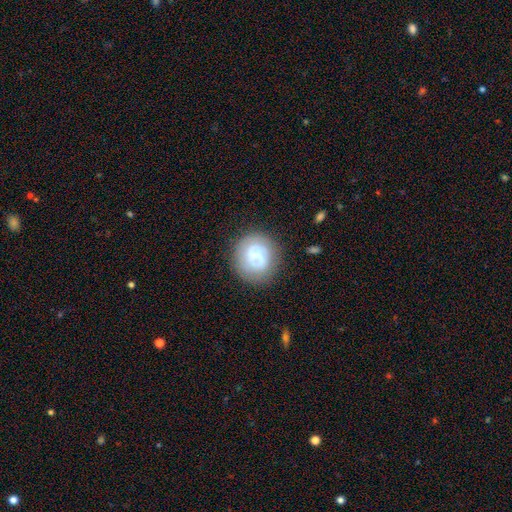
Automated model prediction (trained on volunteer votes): Morphology: type=featured or disk (58%); edge-on=no (98%); bar=weak (48%); spiral arms=yes (72%); bulge=small (54%); merging=none (79%).